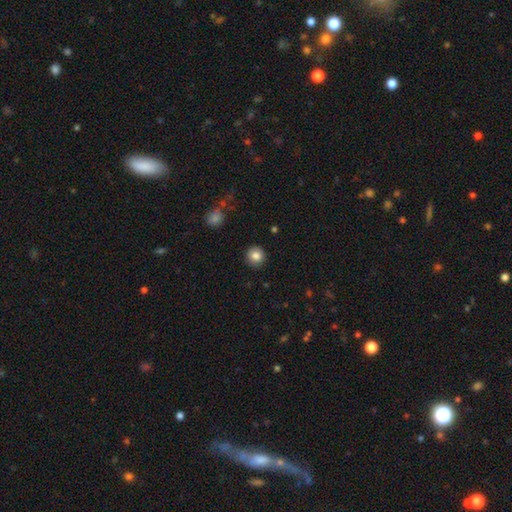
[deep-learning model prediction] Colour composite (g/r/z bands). It shows a smooth galaxy with no disk features (84%) that is round (94%). Merging: none (91%).